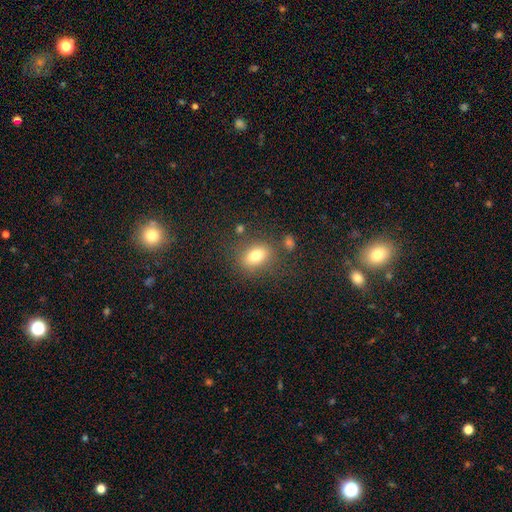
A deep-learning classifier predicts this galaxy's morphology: smooth-or-featured: smooth: 76% | featured or disk: 12% | star or artifact: 11%
  how-rounded: in between: 70% | round: 28% | cigar-shaped: 2%
  merging: none: 74% | minor disturbance: 14% | merger: 7% | major disturbance: 6%